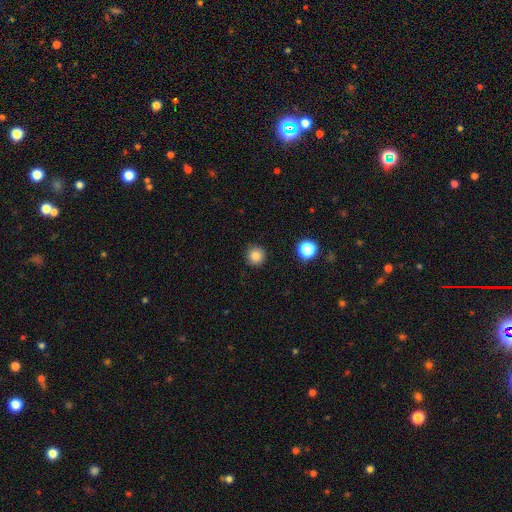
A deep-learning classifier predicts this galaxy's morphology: smooth_or_featured: smooth (p=0.84) [alt: star or artifact p=0.12]
how_rounded: round (p=0.95) [alt: in between p=0.04]
merging: none (p=0.90) [alt: minor disturbance p=0.07]